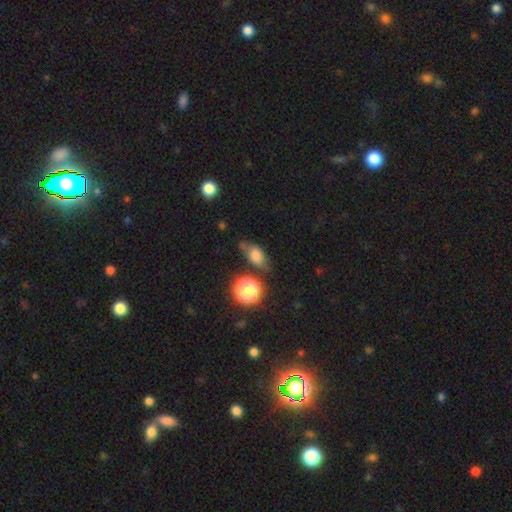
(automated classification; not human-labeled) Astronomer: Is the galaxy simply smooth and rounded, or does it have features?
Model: smooth — 69%.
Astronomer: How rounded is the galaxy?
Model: in between — 76%.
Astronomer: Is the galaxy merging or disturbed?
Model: none — 59%.